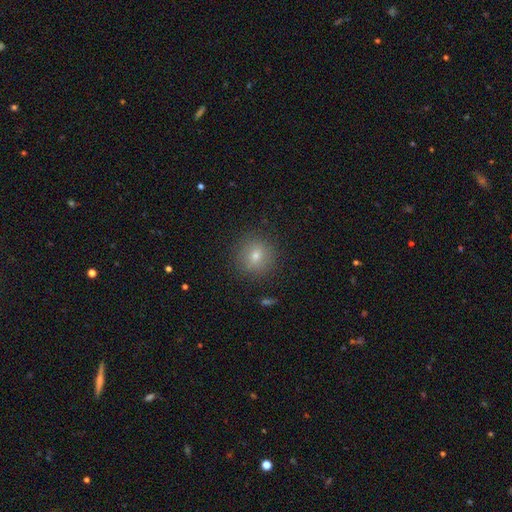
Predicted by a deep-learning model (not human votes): smooth_or_featured: smooth (p=0.70) [alt: star or artifact p=0.16]
how_rounded: round (p=0.91) [alt: in between p=0.08]
merging: none (p=0.89) [alt: minor disturbance p=0.07]